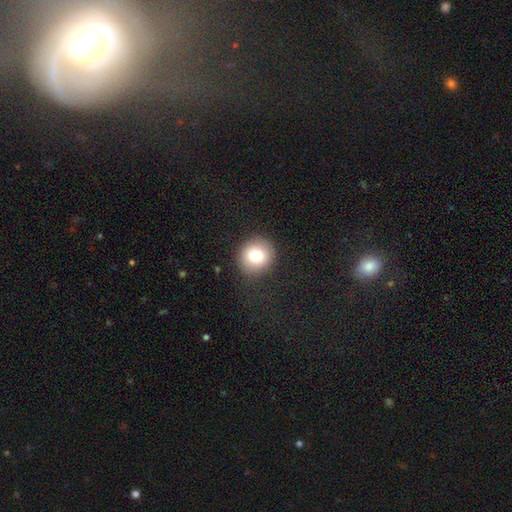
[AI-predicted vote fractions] Morphology: type=smooth (80%); roundness=round (84%); merging=none (86%).